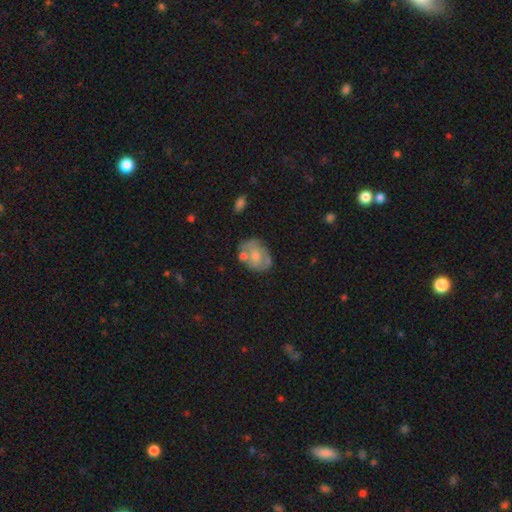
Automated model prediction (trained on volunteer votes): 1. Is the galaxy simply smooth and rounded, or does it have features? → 47% featured or disk, 46% smooth, 7% star or artifact.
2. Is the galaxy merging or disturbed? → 50% none, 24% minor disturbance, 15% merger, 11% major disturbance.